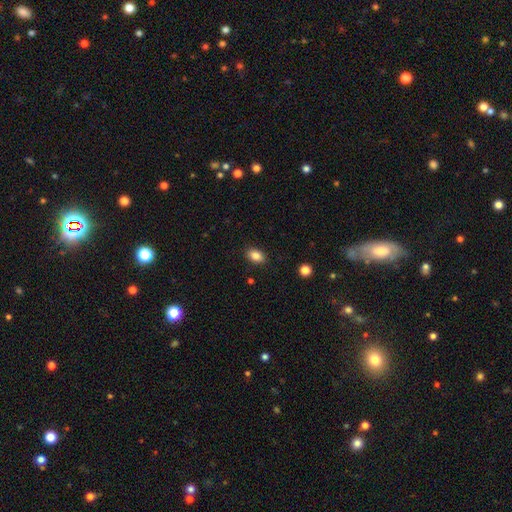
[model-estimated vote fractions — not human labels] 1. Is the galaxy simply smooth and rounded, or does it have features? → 86% smooth, 9% star or artifact, 5% featured or disk.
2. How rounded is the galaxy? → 85% in between, 14% round, 1% cigar-shaped.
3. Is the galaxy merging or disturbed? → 88% none, 8% minor disturbance, 2% major disturbance, 1% merger.